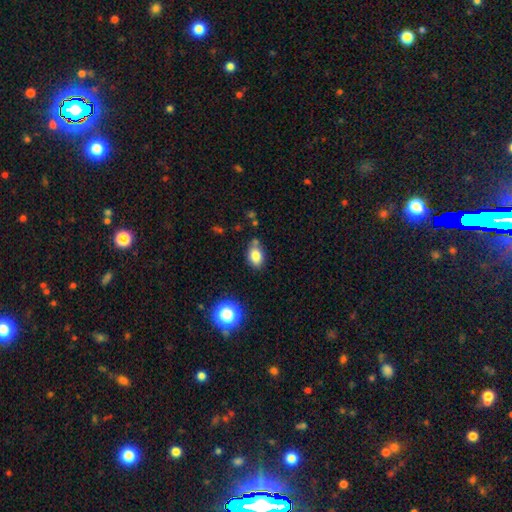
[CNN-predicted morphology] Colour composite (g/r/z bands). It shows a smooth galaxy with no disk features (81%) that is in between round and cigar-shaped (76%). Merging: none (68%).